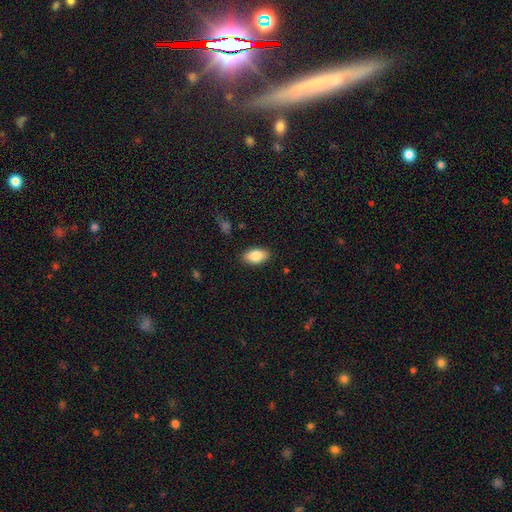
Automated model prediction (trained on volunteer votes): Smooth or featured? Predicted: smooth (p=0.84). How rounded? Predicted: in between (p=0.93). Merging? Predicted: none (p=0.87).